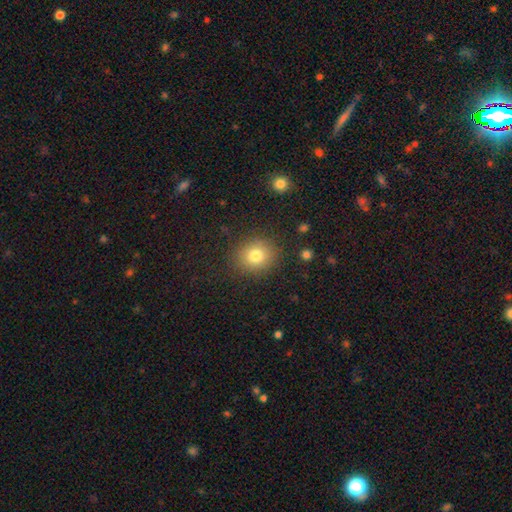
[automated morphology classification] Overall: smooth (78%). How rounded: round (75%). Merging: none (86%).